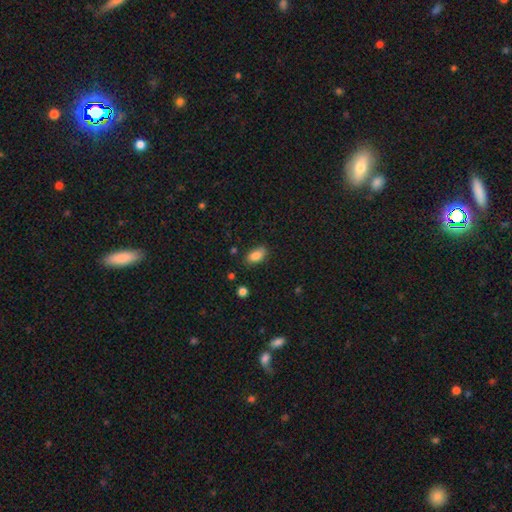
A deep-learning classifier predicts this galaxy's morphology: This appears to be a smooth galaxy with no disk features (84%) that is in between round and cigar-shaped (90%). Merging: none (78%).